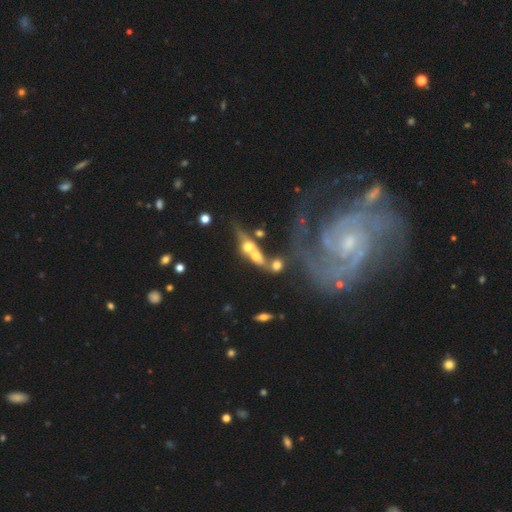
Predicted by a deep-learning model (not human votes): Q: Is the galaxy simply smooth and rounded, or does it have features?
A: featured or disk — 46%.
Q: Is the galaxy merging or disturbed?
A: merger — 64%.